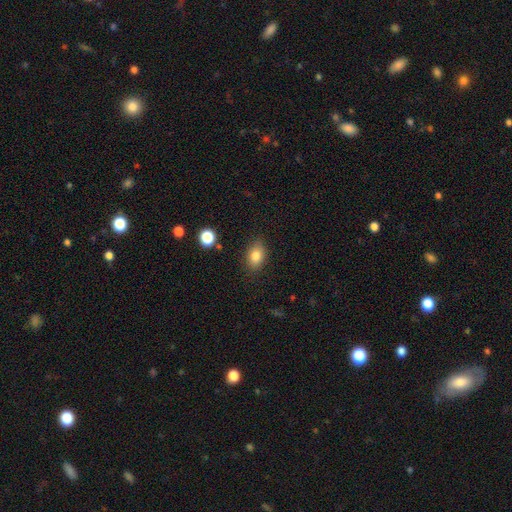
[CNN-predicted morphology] The model was most divided on "how rounded": in between: 79%, round: 20%, cigar-shaped: 2%. More confident: merging — none (83%); smooth or featured — smooth (82%).